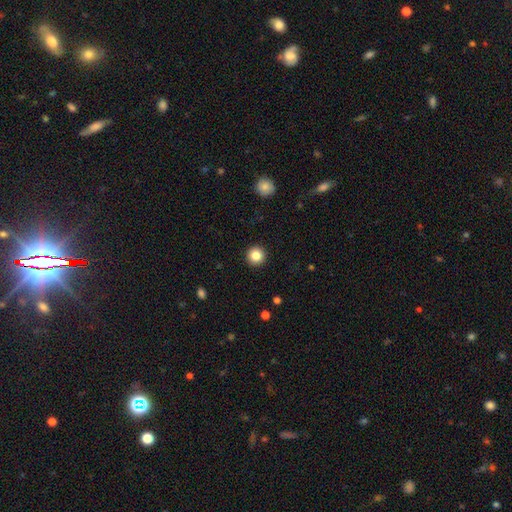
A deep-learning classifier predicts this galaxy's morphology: smooth 84%, star or artifact 11%, featured or disk 5%. Down the decision tree: how rounded — round (96%); merging — none (93%).